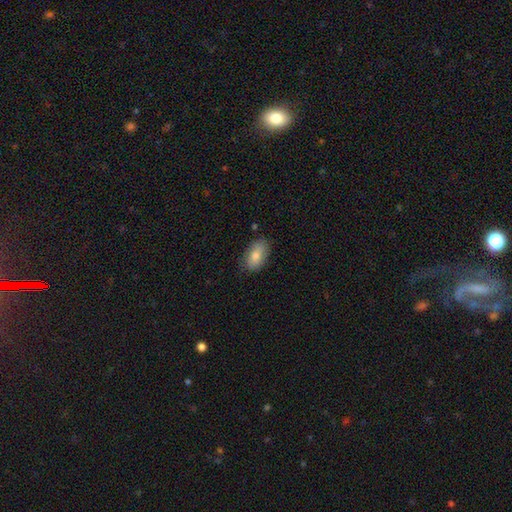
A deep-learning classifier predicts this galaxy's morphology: Smooth or featured?
  - smooth: 78% *
  - featured or disk: 15%
  - star or artifact: 7%
How rounded?
  - in between: 92% *
  - round: 6%
  - cigar-shaped: 2%
Merging?
  - none: 80% *
  - minor disturbance: 16%
  - major disturbance: 3%
  - merger: 2%